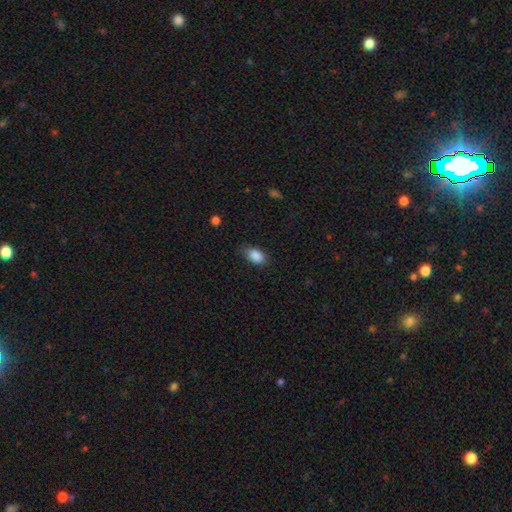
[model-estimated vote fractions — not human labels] Smooth or featured? Predicted: smooth (p=0.88). How rounded? Predicted: in between (p=0.90). Merging? Predicted: none (p=0.73).